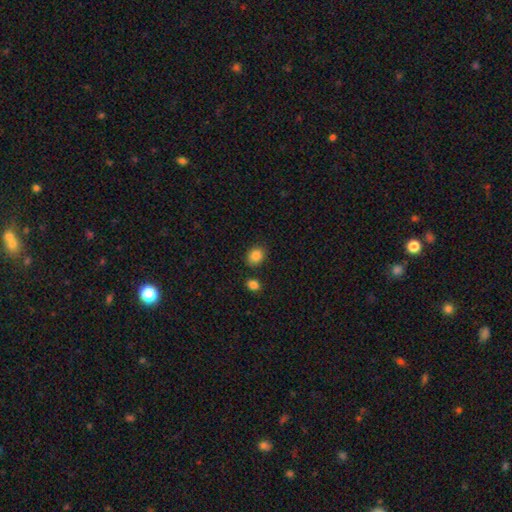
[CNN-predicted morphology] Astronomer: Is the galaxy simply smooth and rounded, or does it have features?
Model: smooth — 86%.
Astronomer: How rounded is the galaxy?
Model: round — 51% (runner-up: in between, 48%).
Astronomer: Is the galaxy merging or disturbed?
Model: none — 82%.